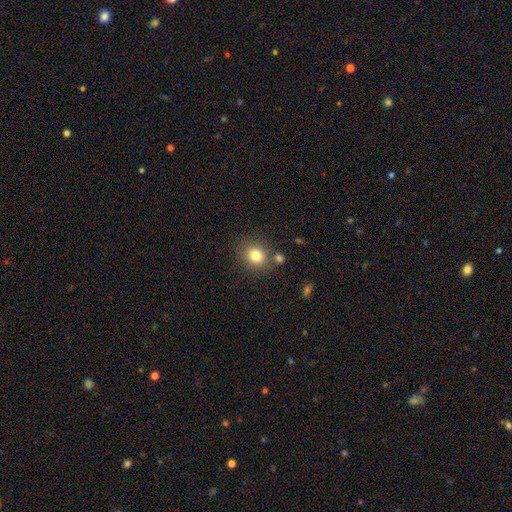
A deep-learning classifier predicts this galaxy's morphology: smooth-or-featured: smooth: 81% | star or artifact: 11% | featured or disk: 7%
  how-rounded: round: 77% | in between: 22% | cigar-shaped: 1%
  merging: none: 78% | minor disturbance: 10% | merger: 9% | major disturbance: 3%